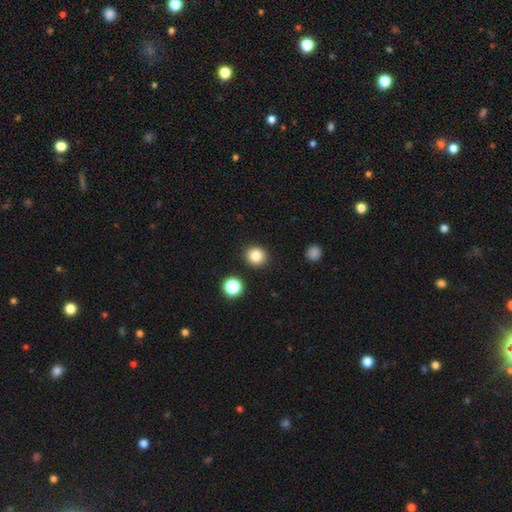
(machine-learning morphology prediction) type=smooth (83%); roundness=round (89%); merging=none (90%).